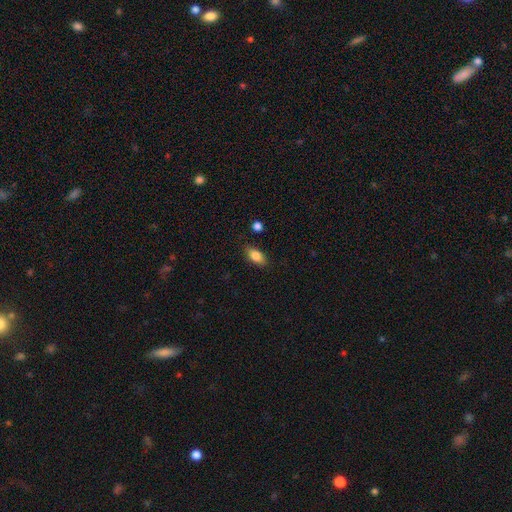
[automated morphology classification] A smooth galaxy with no disk features (82%) that is in between round and cigar-shaped (87%). Merging: none (85%).